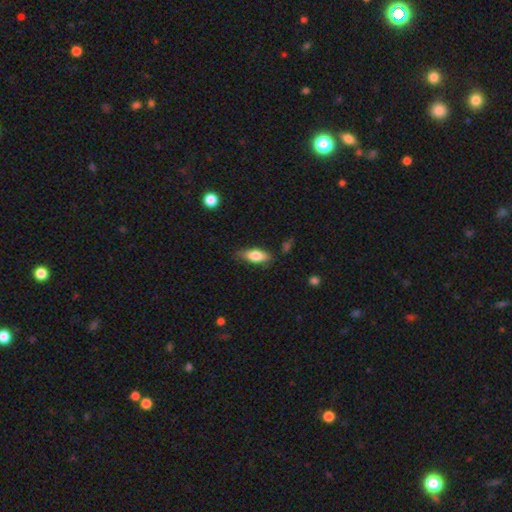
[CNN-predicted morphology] This is likely a smooth galaxy (73%). How rounded: likely in between (70%). Merging: likely none (74%).